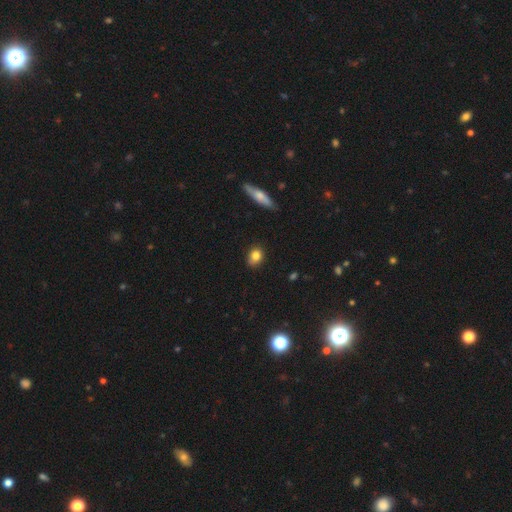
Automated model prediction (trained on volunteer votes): Overall: smooth (81%). How rounded: in between (59%; round 39%). Merging: none (76%).